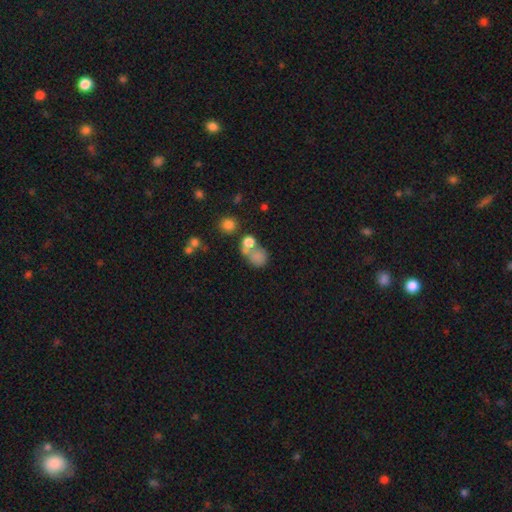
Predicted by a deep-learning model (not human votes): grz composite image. It shows a smooth galaxy with no disk features (71%) that is round (65%). Merging: merger (46%).